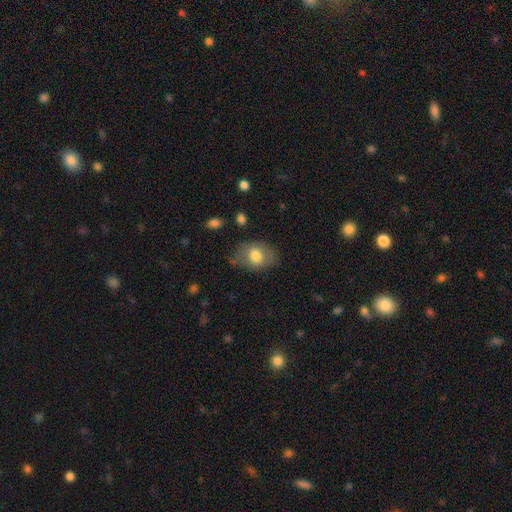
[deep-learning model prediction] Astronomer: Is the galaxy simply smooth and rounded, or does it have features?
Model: smooth — 72%.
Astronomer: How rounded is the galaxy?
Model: in between — 72%.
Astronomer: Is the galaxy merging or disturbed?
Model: none — 69%.